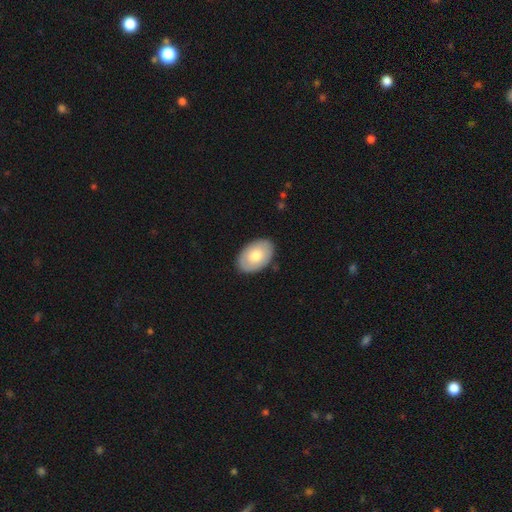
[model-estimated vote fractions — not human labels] Q: Smooth or featured?
A: smooth (70%); runner-up: featured or disk (24%)
Q: How rounded?
A: in between (89%); runner-up: round (10%)
Q: Merging?
A: none (87%); runner-up: minor disturbance (9%)